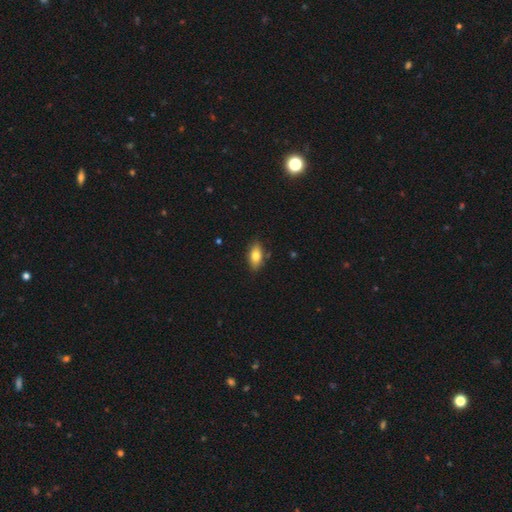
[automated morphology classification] A smooth galaxy with no disk features (79%) that is in between round and cigar-shaped (89%).

Vote fractions:
- Smooth or featured? smooth: 79% / featured or disk: 13% / star or artifact: 7%
- How rounded? in between: 89% / cigar-shaped: 7% / round: 4%
- Merging? none: 83% / minor disturbance: 12% / major disturbance: 2% / merger: 2%